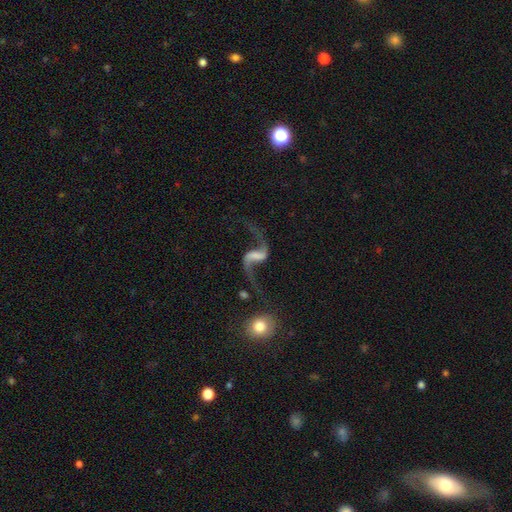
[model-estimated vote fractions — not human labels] A featured or disk galaxy (90%) with a weak bar (41%), 2 (94%) loose (93%) spiral arms (96%) and no central bulge (56%).

Vote fractions:
- Smooth or featured? featured or disk: 90% / star or artifact: 6% / smooth: 5%
- Edge-on disk? no: 97% / yes: 3%
- Bar? weak: 41% / strong: 37% / no: 23%
- Spiral arms? yes: 96% / no: 4%
- Spiral winding? loose: 93% / medium: 5% / tight: 2%
- Spiral arm count? 2: 94% / 1: 2% / can't tell: 1% / 3: 1% / 4: 1% / more than 4: 1%
- Bulge size? none: 56% / small: 18% / moderate: 14% / large: 9% / dominant: 3%
- Merging? none: 66% / major disturbance: 14% / minor disturbance: 13% / merger: 8%